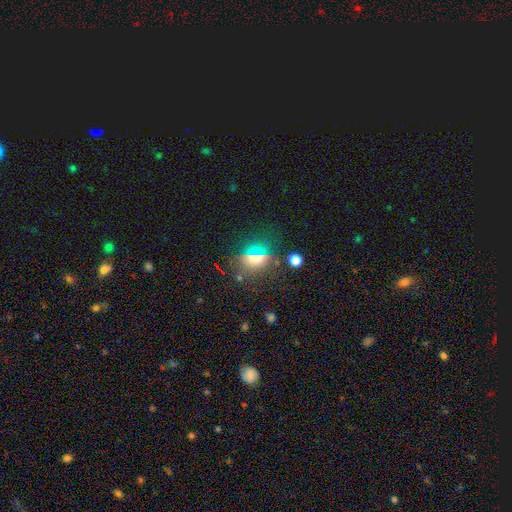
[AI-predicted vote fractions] Overall: smooth (53%; star or artifact 29%). How rounded: round (56%; in between 39%). Merging: none (78%).